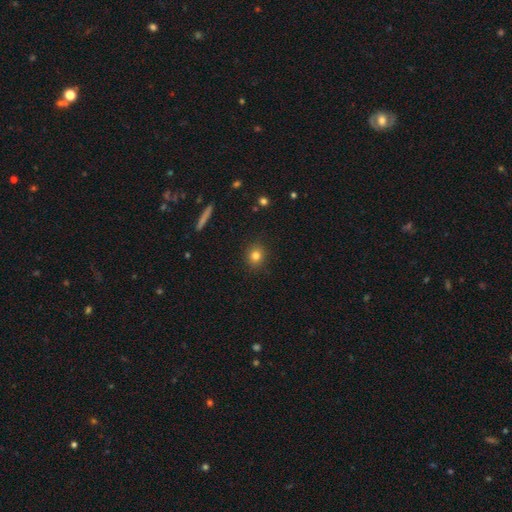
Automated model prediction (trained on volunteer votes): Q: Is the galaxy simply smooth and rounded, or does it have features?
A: smooth — 80%.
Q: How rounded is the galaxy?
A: round — 82%.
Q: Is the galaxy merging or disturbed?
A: none — 90%.